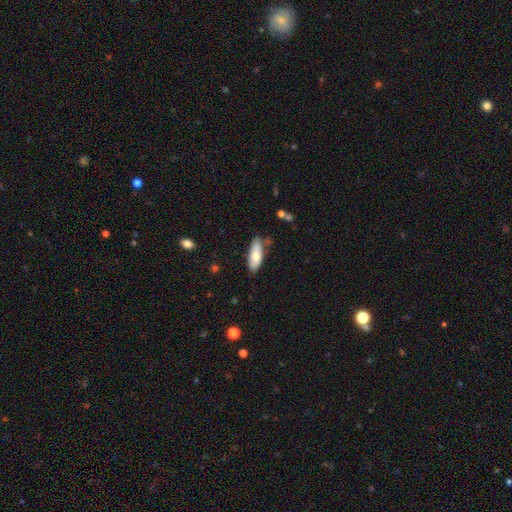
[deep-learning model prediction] Smooth or featured?
  - smooth: 76% *
  - featured or disk: 18%
  - star or artifact: 6%
How rounded?
  - in between: 71% *
  - cigar-shaped: 27%
  - round: 2%
Merging?
  - none: 71% *
  - minor disturbance: 20%
  - merger: 5%
  - major disturbance: 4%